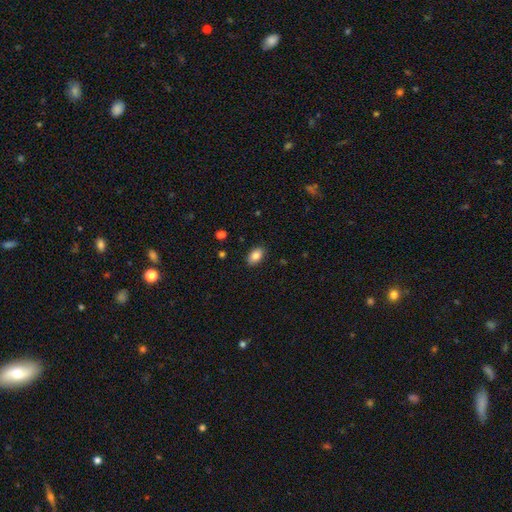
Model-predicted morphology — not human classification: smooth_or_featured: smooth (p=0.85) [alt: star or artifact p=0.08]
how_rounded: in between (p=0.88) [alt: round p=0.10]
merging: none (p=0.88) [alt: minor disturbance p=0.09]